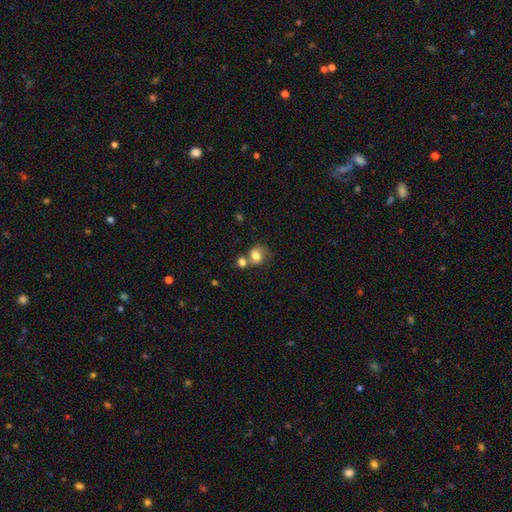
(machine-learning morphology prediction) type=smooth (71%); roundness=round (59%); merging=merger (45%).